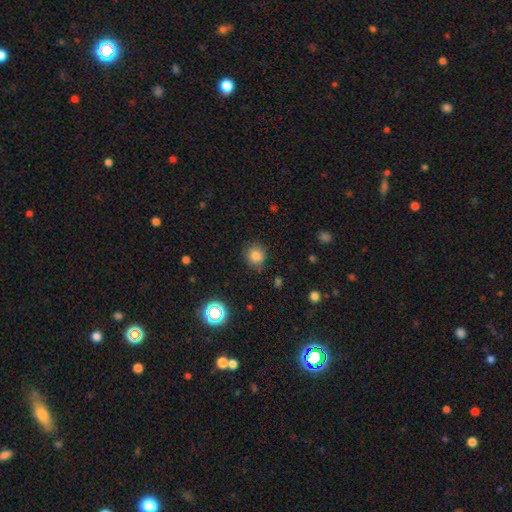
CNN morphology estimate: Smooth or featured: smooth — 81% (star or artifact — 14%)
How rounded: round — 89% (in between — 10%)
Merging: none — 85% (minor disturbance — 11%)